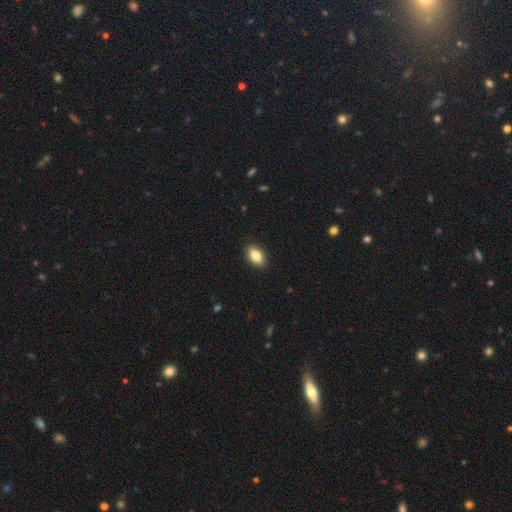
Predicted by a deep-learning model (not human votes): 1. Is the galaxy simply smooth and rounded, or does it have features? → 86% smooth, 7% featured or disk, 7% star or artifact.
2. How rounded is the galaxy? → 91% in between, 6% round, 3% cigar-shaped.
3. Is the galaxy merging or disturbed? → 90% none, 8% minor disturbance, 2% major disturbance, 1% merger.